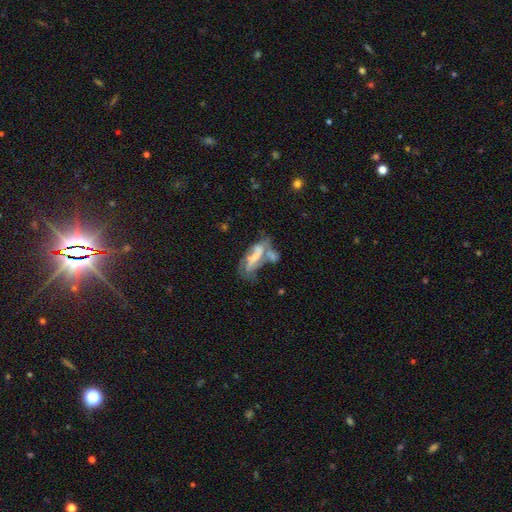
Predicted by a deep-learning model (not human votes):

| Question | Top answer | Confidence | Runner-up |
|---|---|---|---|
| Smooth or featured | featured or disk | 56% | smooth (35%) |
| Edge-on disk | no | 88% | yes (12%) |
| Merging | merger | 42% | major disturbance (23%) |